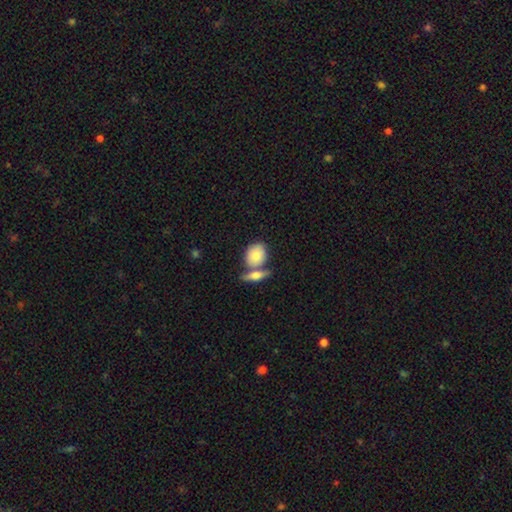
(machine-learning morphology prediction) smooth-or-featured: smooth: 79% | featured or disk: 15% | star or artifact: 6%
  how-rounded: in between: 56% | round: 42% | cigar-shaped: 3%
  merging: none: 48% | merger: 36% | minor disturbance: 12% | major disturbance: 4%